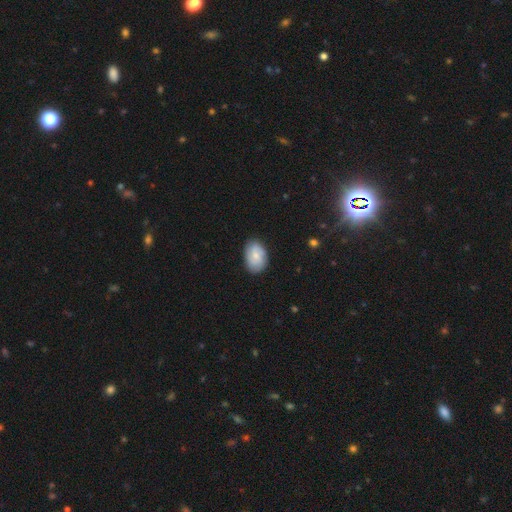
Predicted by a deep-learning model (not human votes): Q: Smooth or featured?
A: smooth (68%); runner-up: featured or disk (26%)
Q: How rounded?
A: in between (86%); runner-up: round (13%)
Q: Merging?
A: none (80%); runner-up: minor disturbance (15%)